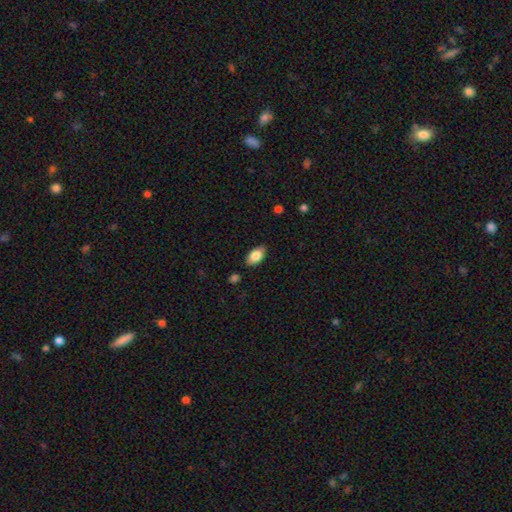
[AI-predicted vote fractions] smooth-or-featured: smooth: 83% | featured or disk: 10% | star or artifact: 7%
  how-rounded: in between: 93% | round: 4% | cigar-shaped: 3%
  merging: none: 85% | minor disturbance: 11% | major disturbance: 2% | merger: 2%